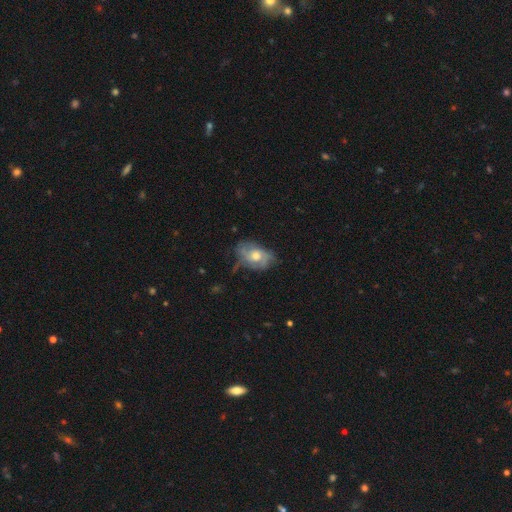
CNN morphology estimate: smooth_or_featured: featured or disk (p=0.59) [alt: smooth p=0.34]
disk_edge_on: no (p=0.95) [alt: yes p=0.05]
bar: no (p=0.76) [alt: weak p=0.20]
has_spiral_arms: yes (p=0.71) [alt: no p=0.29]
bulge_size: moderate (p=0.70) [alt: large p=0.14]
merging: none (p=0.57) [alt: minor disturbance p=0.28]